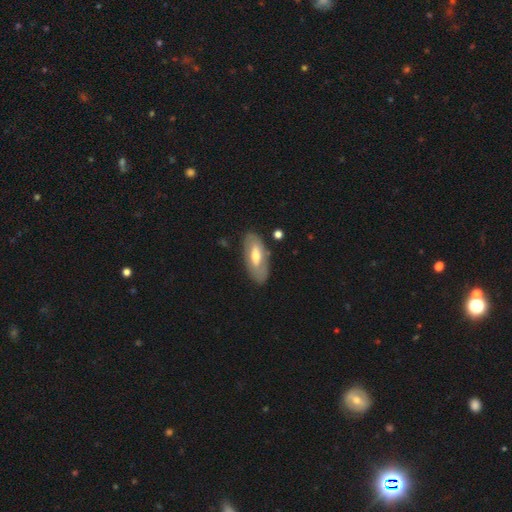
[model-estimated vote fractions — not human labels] Morphology: type=featured or disk (48%); merging=none (81%).